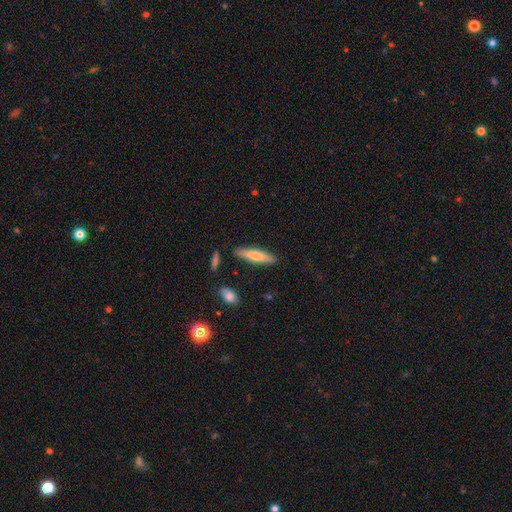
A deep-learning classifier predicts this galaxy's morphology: This appears to be a smooth galaxy with no disk features (70%) that is cigar-shaped (82%). Merging: none (87%).